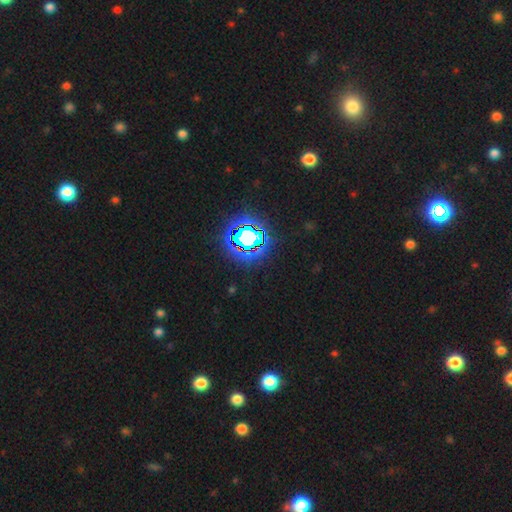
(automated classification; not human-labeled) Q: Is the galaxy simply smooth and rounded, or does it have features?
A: star or artifact — 81%.